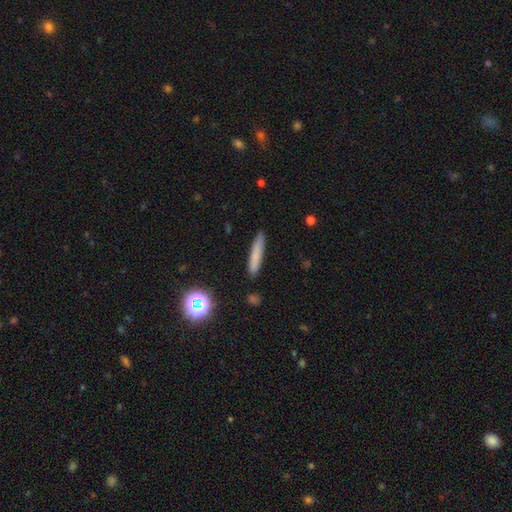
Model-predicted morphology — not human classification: smooth-or-featured: smooth: 76% | featured or disk: 14% | star or artifact: 10%
  how-rounded: cigar-shaped: 92% | in between: 6% | round: 2%
  merging: none: 88% | minor disturbance: 9% | major disturbance: 2% | merger: 1%